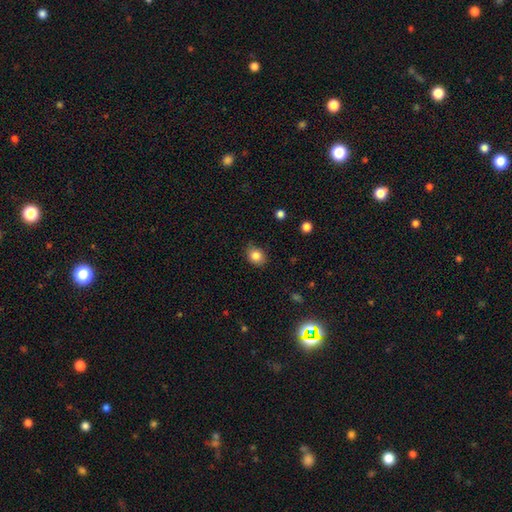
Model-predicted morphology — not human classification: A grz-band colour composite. It shows a smooth galaxy with no disk features (83%) that is round (54%). Merging: none (79%).